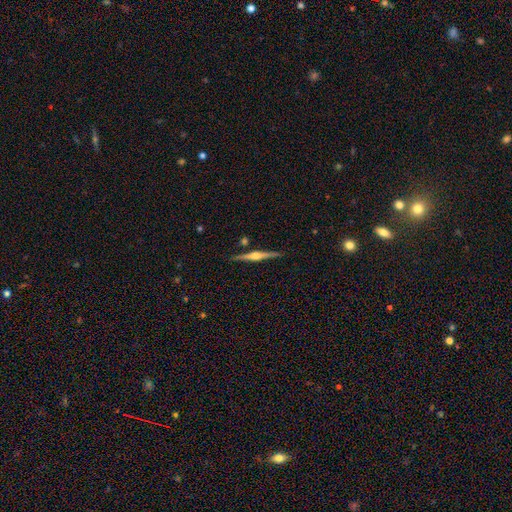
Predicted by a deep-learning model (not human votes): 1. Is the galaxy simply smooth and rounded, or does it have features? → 82% featured or disk, 13% smooth, 5% star or artifact.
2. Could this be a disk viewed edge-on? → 98% yes, 2% no.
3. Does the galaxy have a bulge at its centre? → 92% rounded, 5% boxy, 3% none.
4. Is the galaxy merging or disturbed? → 89% none, 7% minor disturbance, 3% merger, 2% major disturbance.